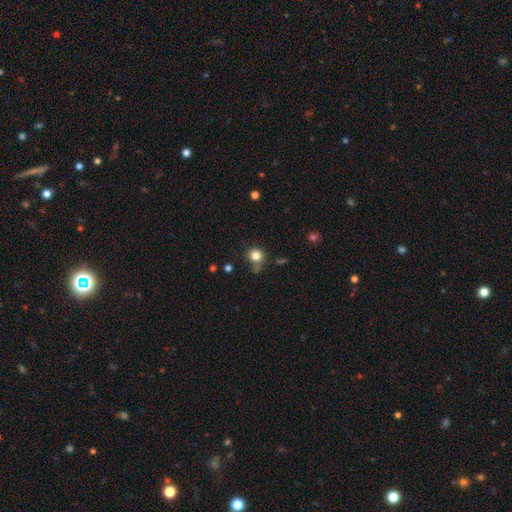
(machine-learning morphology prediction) This appears to be a smooth galaxy with no disk features (82%) that is round (87%). Merging: none (69%).